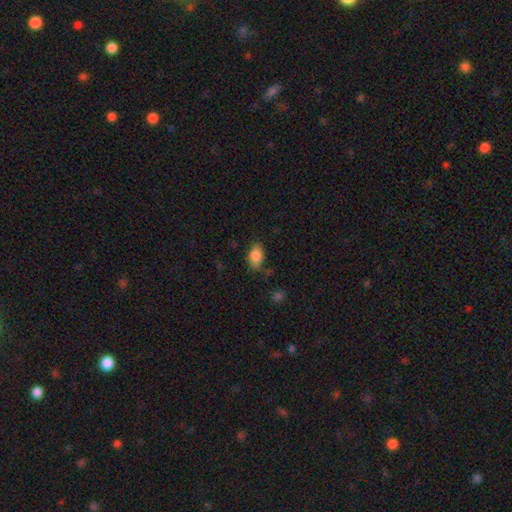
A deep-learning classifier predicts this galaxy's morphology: smooth-or-featured: smooth: 85% | star or artifact: 8% | featured or disk: 7%
  how-rounded: in between: 87% | round: 11% | cigar-shaped: 2%
  merging: none: 71% | minor disturbance: 21% | major disturbance: 5% | merger: 3%